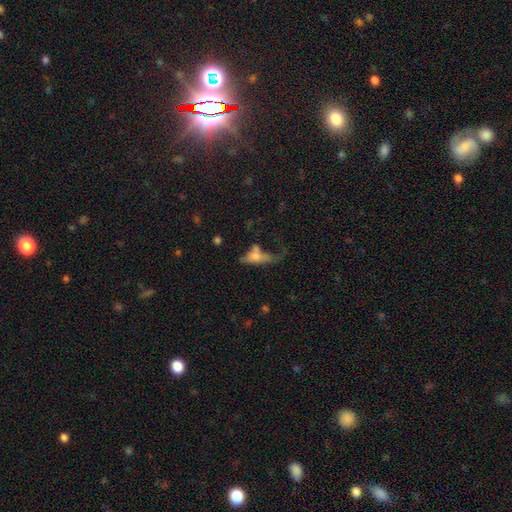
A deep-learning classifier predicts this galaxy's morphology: Q: Smooth or featured?
A: smooth (56%); runner-up: featured or disk (33%)
Q: How rounded?
A: in between (62%); runner-up: cigar-shaped (32%)
Q: Merging?
A: major disturbance (40%); runner-up: merger (23%)